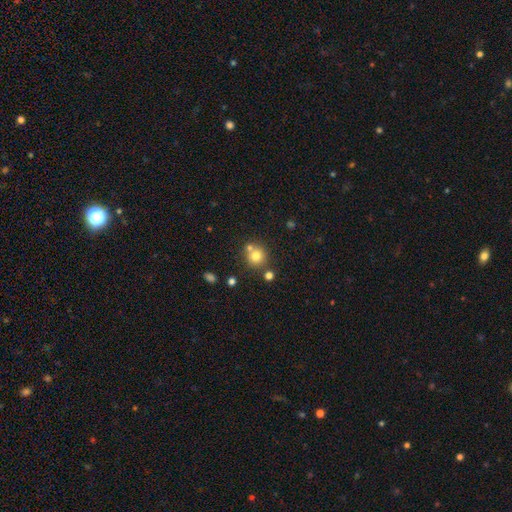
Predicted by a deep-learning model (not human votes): Overall: smooth (76%). How rounded: round (91%). Merging: none (66%).